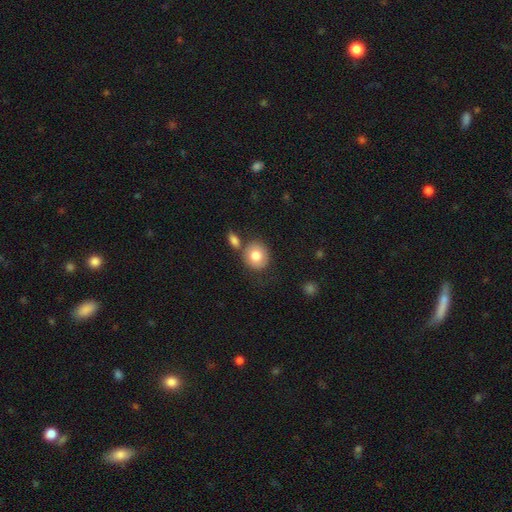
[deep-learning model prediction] This appears to be a smooth galaxy with no disk features (80%) that is round (80%). Merging: none (64%).